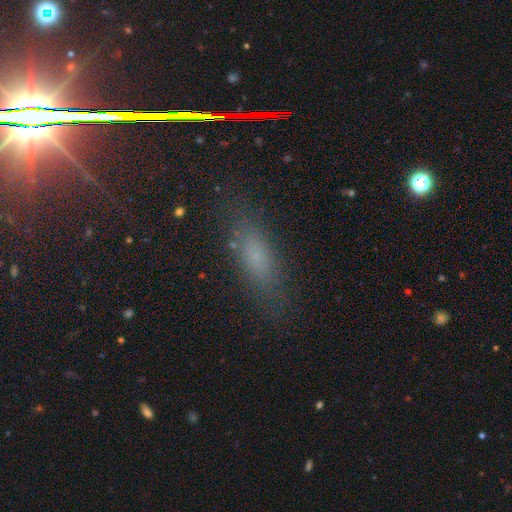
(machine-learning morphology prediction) smooth-or-featured: smooth: 59% | star or artifact: 24% | featured or disk: 18%
  how-rounded: in between: 49% | cigar-shaped: 47% | round: 4%
  merging: none: 82% | minor disturbance: 12% | major disturbance: 4% | merger: 2%